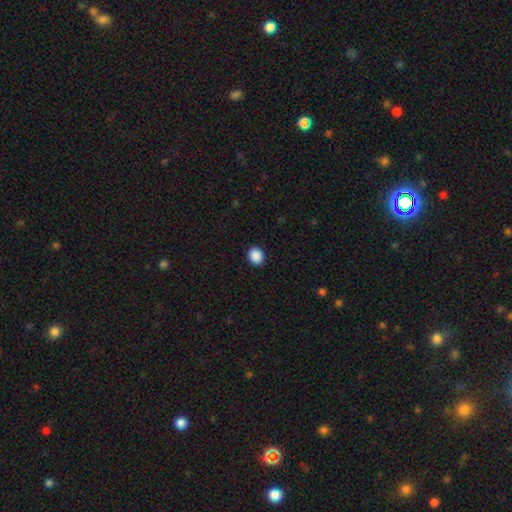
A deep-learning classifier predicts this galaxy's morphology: smooth_or_featured: smooth (p=0.90) [alt: star or artifact p=0.08]
how_rounded: round (p=0.63) [alt: in between p=0.36]
merging: none (p=0.92) [alt: minor disturbance p=0.06]